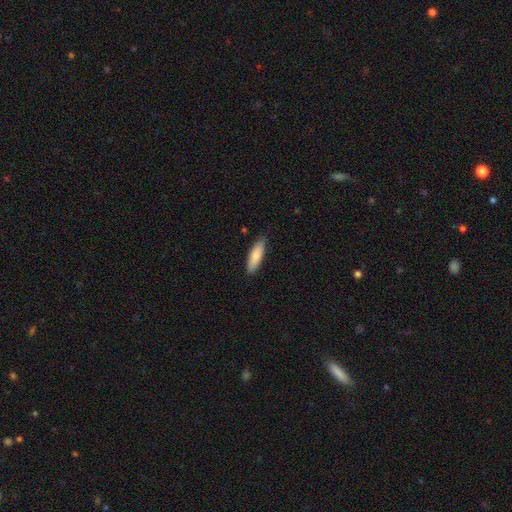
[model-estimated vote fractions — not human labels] Morphology: type=smooth (83%); roundness=cigar-shaped (51%); merging=none (86%).